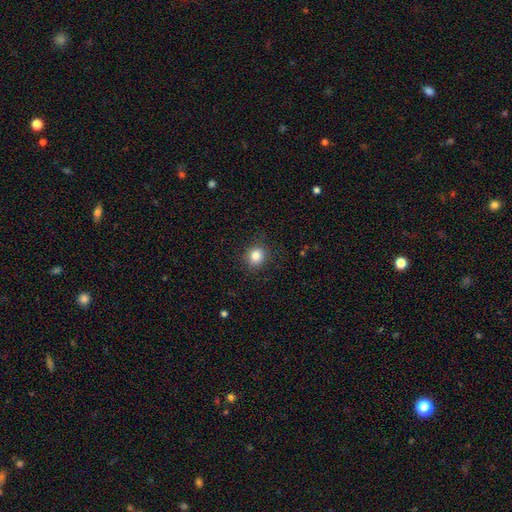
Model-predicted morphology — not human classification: smooth_or_featured: smooth (p=0.83) [alt: star or artifact p=0.11]
how_rounded: round (p=0.80) [alt: in between p=0.19]
merging: none (p=0.88) [alt: minor disturbance p=0.09]